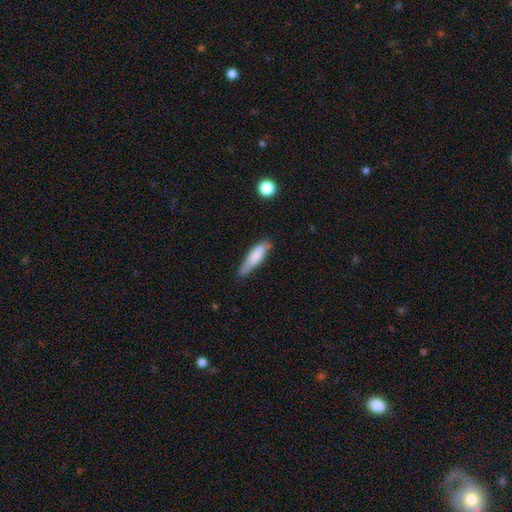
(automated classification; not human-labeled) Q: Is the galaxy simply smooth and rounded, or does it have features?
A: smooth — 77%.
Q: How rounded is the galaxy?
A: cigar-shaped — 68%.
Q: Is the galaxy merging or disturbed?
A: none — 67%.